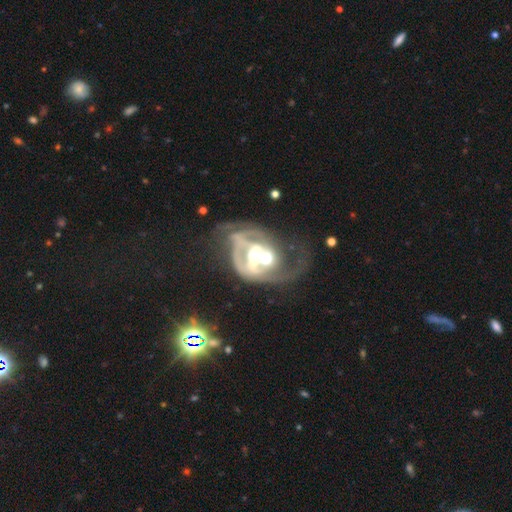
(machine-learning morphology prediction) Smooth or featured? featured or disk (80%)
Edge-on disk? no (96%)
Bar? no (39%)
Spiral arms? yes (69%)
Spiral winding? medium (37%)
Spiral arm count? 2 (45%)
Bulge size? moderate (62%)
Merging? merger (50%)